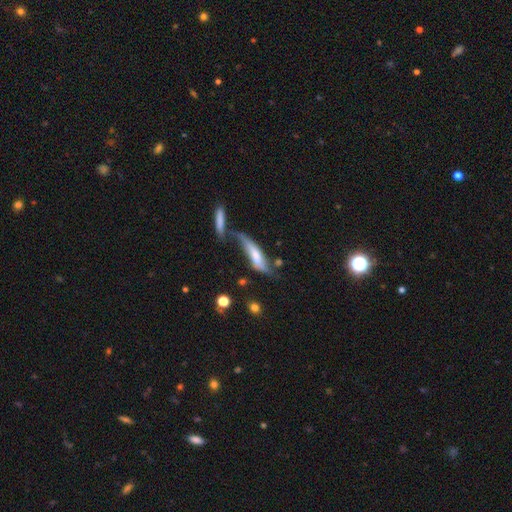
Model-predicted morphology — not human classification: Overall: smooth (54%; featured or disk 39%). How rounded: cigar-shaped (62%; in between 36%). Merging: merger (30%; none 27%).